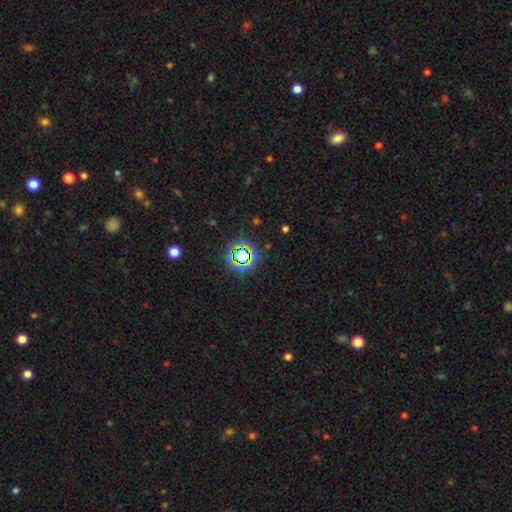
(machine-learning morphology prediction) Smooth or featured? star or artifact (73%)